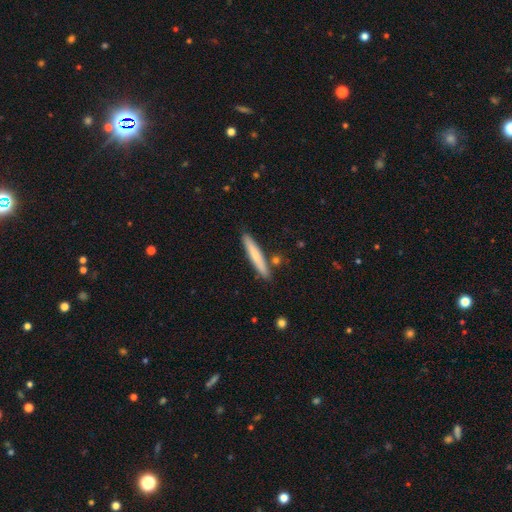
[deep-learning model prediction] Morphology: type=smooth (64%); roundness=cigar-shaped (94%); merging=none (87%).